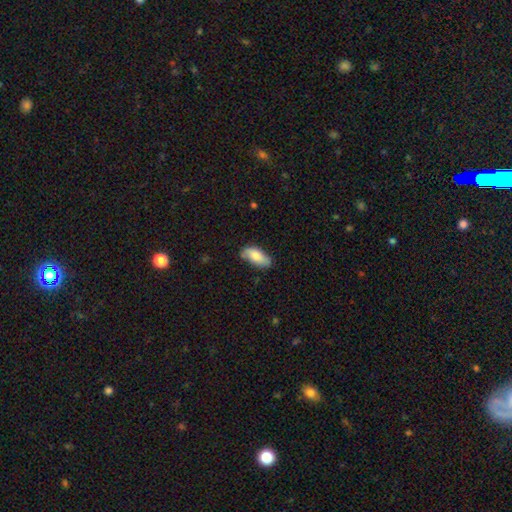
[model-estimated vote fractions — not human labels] smooth 80%, featured or disk 14%, star or artifact 6%. Down the decision tree: how rounded — in between (88%); merging — none (70%).